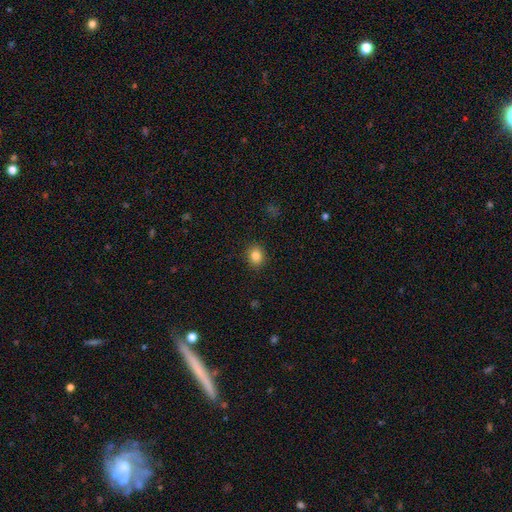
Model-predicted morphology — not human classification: type=smooth (85%); roundness=round (69%); merging=none (90%).